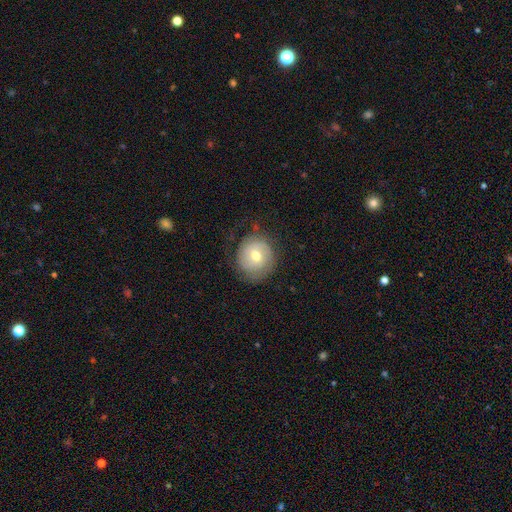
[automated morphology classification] smooth-or-featured: featured or disk: 47% | smooth: 45% | star or artifact: 8%
  merging: none: 69% | minor disturbance: 19% | major disturbance: 10% | merger: 1%